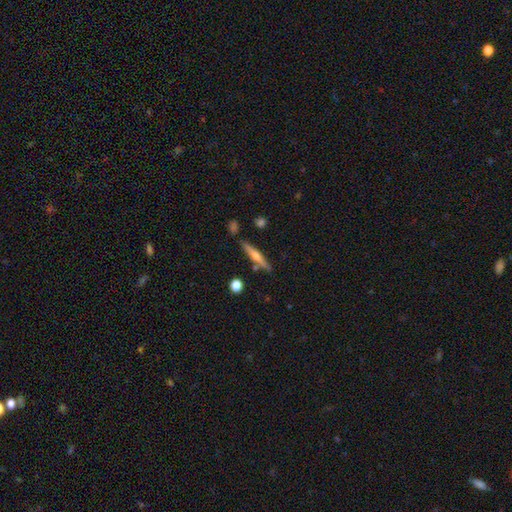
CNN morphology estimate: Smooth or featured?
  - featured or disk: 50% *
  - smooth: 43%
  - star or artifact: 7%
Edge-on disk?
  - yes: 95% *
  - no: 5%
Merging?
  - none: 81% *
  - minor disturbance: 11%
  - merger: 6%
  - major disturbance: 2%